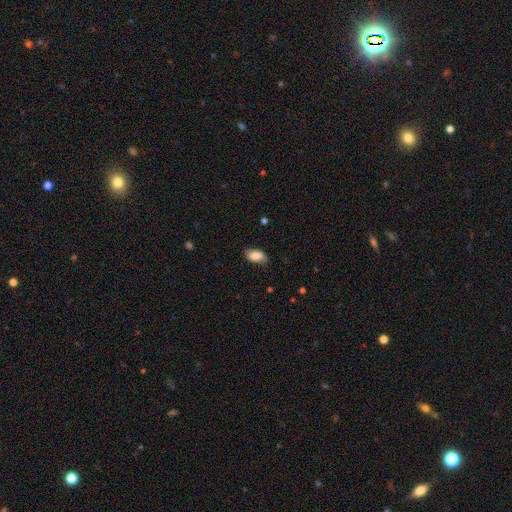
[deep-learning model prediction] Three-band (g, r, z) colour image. It shows a smooth galaxy with no disk features (81%) that is in between round and cigar-shaped (92%). Merging: none (67%).